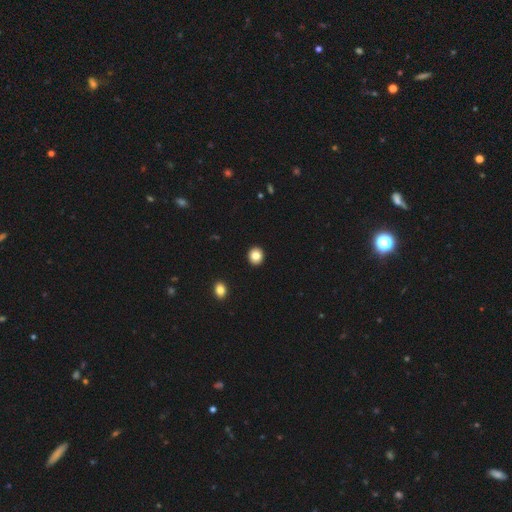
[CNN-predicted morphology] Q: Smooth or featured?
A: smooth (84%); runner-up: star or artifact (10%)
Q: How rounded?
A: round (81%); runner-up: in between (19%)
Q: Merging?
A: none (93%); runner-up: minor disturbance (4%)